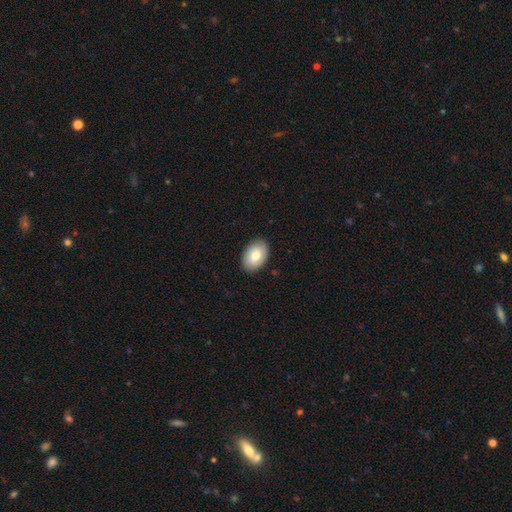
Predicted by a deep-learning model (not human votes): A smooth galaxy with no disk features (77%) that is in between round and cigar-shaped (89%). Merging: none (88%).